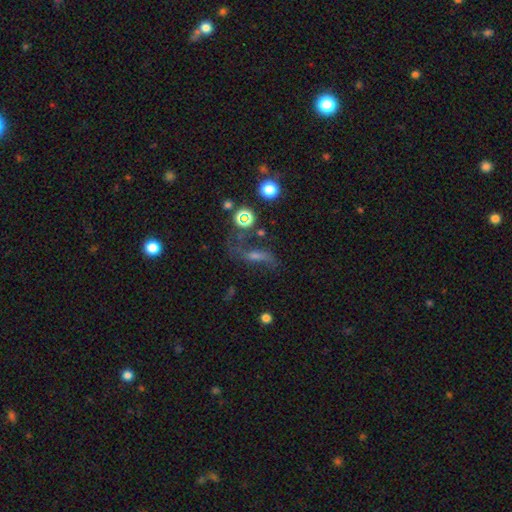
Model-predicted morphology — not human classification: Smooth or featured: featured or disk — 59% (smooth — 23%)
Edge-on disk: no — 84% (yes — 16%)
Merging: none — 51% (major disturbance — 22%)